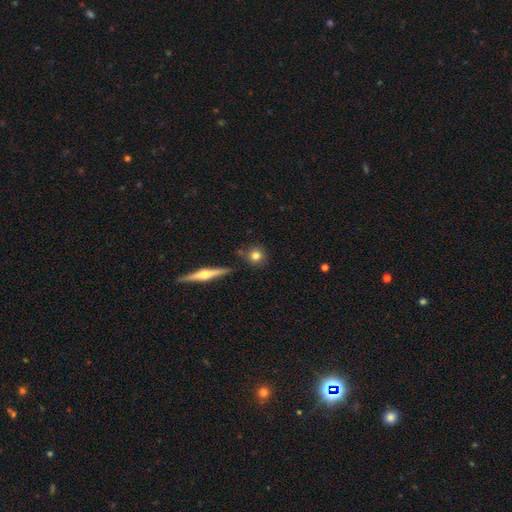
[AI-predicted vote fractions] This is likely a smooth galaxy (76%). How rounded: clearly round (89%). Merging: likely none (79%).